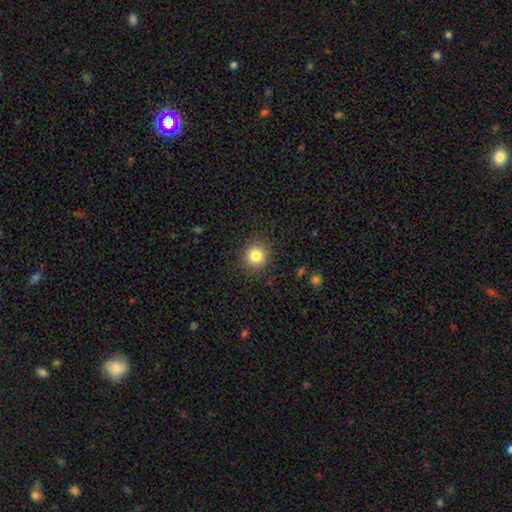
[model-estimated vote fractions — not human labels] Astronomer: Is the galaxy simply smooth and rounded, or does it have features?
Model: smooth — 84%.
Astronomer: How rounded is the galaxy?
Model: round — 88%.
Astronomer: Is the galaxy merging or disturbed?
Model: none — 88%.